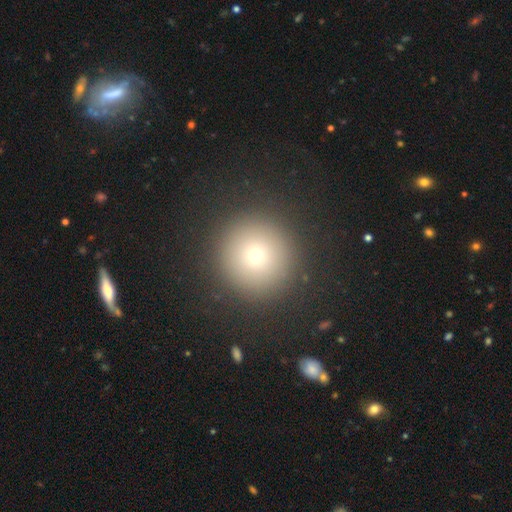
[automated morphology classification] smooth_or_featured: smooth (p=0.72) [alt: star or artifact p=0.17]
how_rounded: round (p=0.96) [alt: in between p=0.03]
merging: none (p=0.91) [alt: minor disturbance p=0.05]